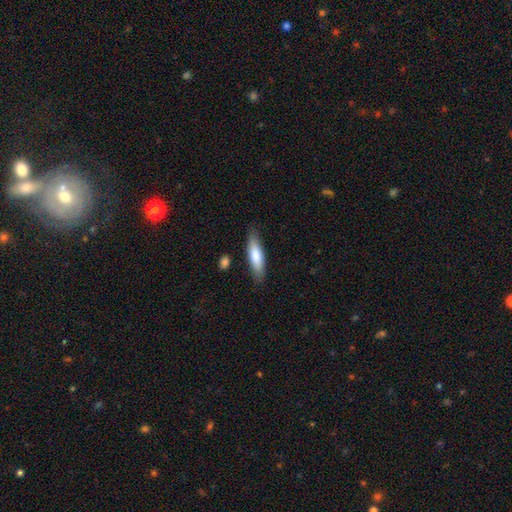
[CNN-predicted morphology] Smooth or featured?
  - smooth: 76% *
  - featured or disk: 18%
  - star or artifact: 5%
How rounded?
  - cigar-shaped: 65% *
  - in between: 34%
  - round: 1%
Merging?
  - none: 83% *
  - minor disturbance: 12%
  - major disturbance: 3%
  - merger: 2%